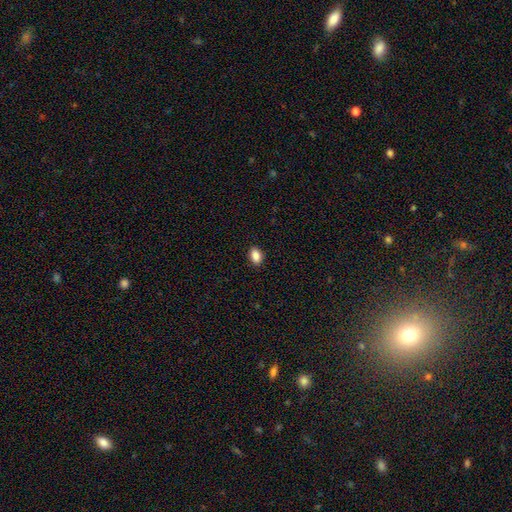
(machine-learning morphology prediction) A smooth galaxy with no disk features (88%) that is in between round and cigar-shaped (83%).

Vote fractions:
- Smooth or featured? smooth: 88% / star or artifact: 8% / featured or disk: 3%
- How rounded? in between: 83% / round: 15% / cigar-shaped: 2%
- Merging? none: 90% / minor disturbance: 7% / major disturbance: 2% / merger: 1%